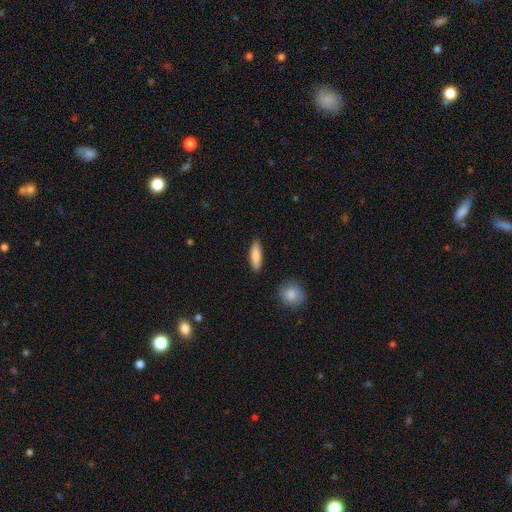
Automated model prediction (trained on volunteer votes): Q: Smooth or featured?
A: smooth (84%); runner-up: featured or disk (10%)
Q: How rounded?
A: cigar-shaped (57%); runner-up: in between (40%)
Q: Merging?
A: none (89%); runner-up: minor disturbance (8%)